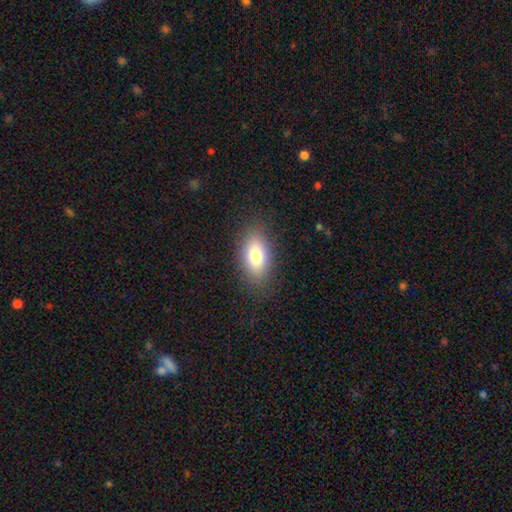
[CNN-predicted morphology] This is likely a smooth galaxy (78%). How rounded: clearly in between (89%). Merging: clearly none (86%).